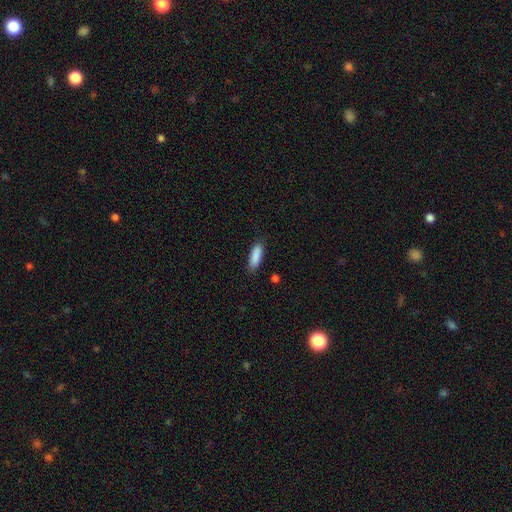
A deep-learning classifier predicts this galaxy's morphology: Smooth or featured? smooth (89%)
How rounded? in between (53%)
Merging? none (86%)